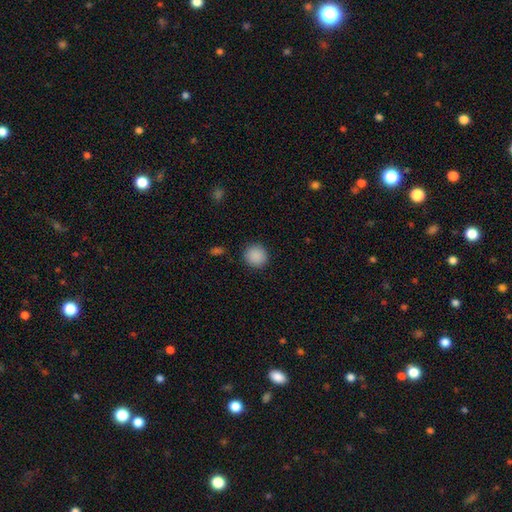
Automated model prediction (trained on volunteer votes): Smooth or featured? Predicted: smooth (p=0.89). How rounded? Predicted: round (p=0.92). Merging? Predicted: none (p=0.91).